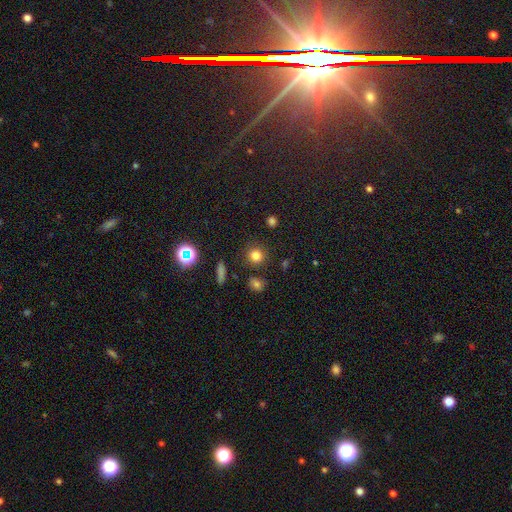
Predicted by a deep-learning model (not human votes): Q: Smooth or featured?
A: smooth (78%); runner-up: star or artifact (16%)
Q: How rounded?
A: round (90%); runner-up: in between (9%)
Q: Merging?
A: none (85%); runner-up: minor disturbance (8%)